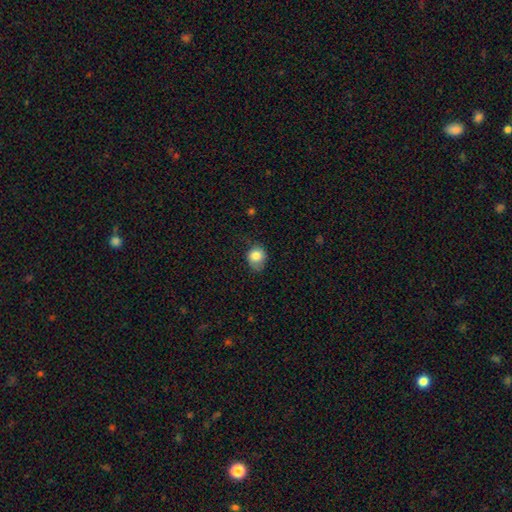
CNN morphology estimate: smooth 83%, star or artifact 9%, featured or disk 8%. Down the decision tree: how rounded — round (68%); merging — none (59%).